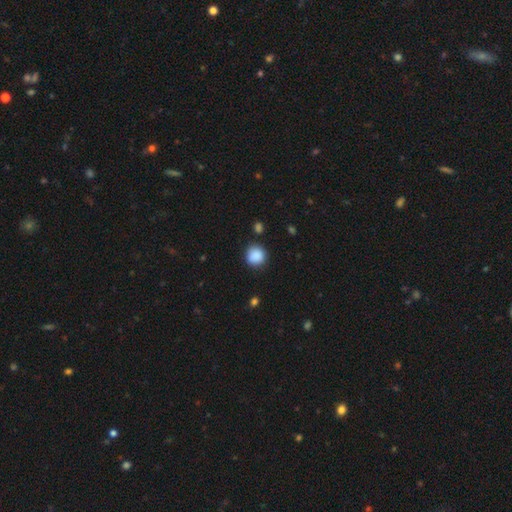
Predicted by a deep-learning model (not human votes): A smooth galaxy with no disk features (88%) that is round (90%). Merging: none (85%).